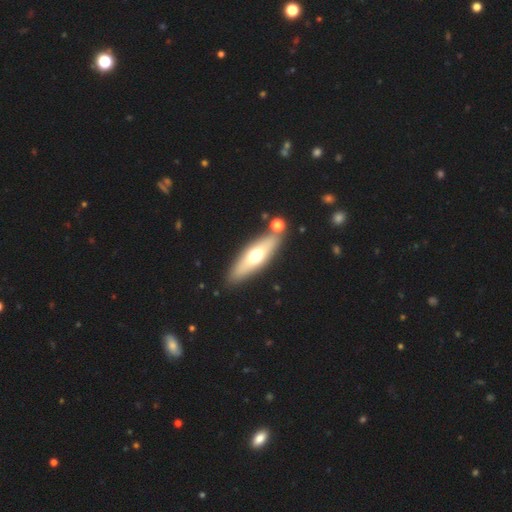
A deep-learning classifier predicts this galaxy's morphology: Overall: smooth (53%; featured or disk 41%). How rounded: cigar-shaped (58%; in between 40%). Merging: none (80%).